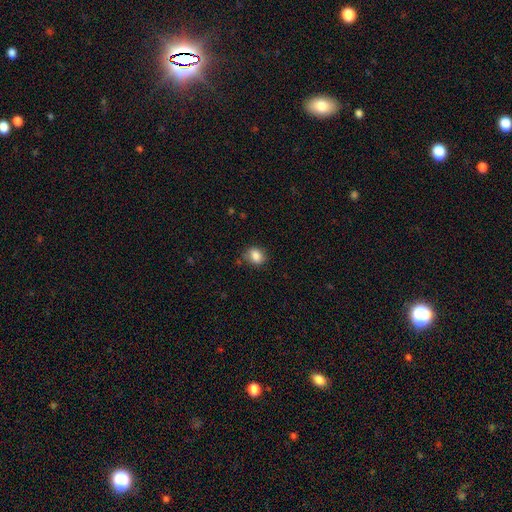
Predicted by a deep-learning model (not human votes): Morphology: type=smooth (86%); roundness=round (50%); merging=none (76%).